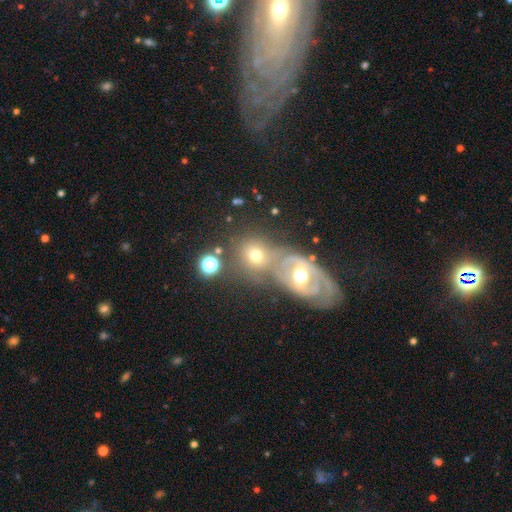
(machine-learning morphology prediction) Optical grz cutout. It shows a smooth galaxy with no disk features (47%). Merging: merger (42%, tied with none).